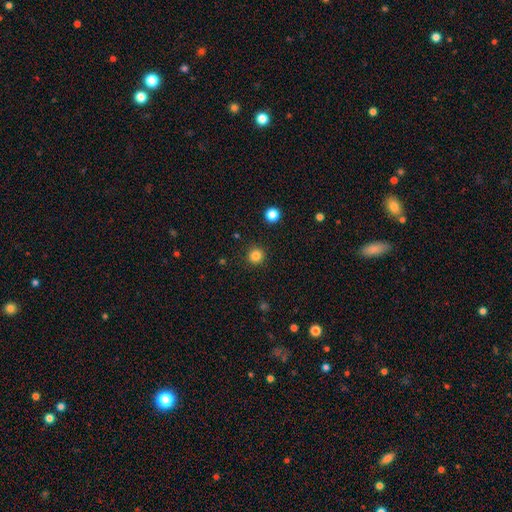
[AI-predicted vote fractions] This is clearly a smooth galaxy (83%). How rounded: clearly round (95%). Merging: clearly none (92%).